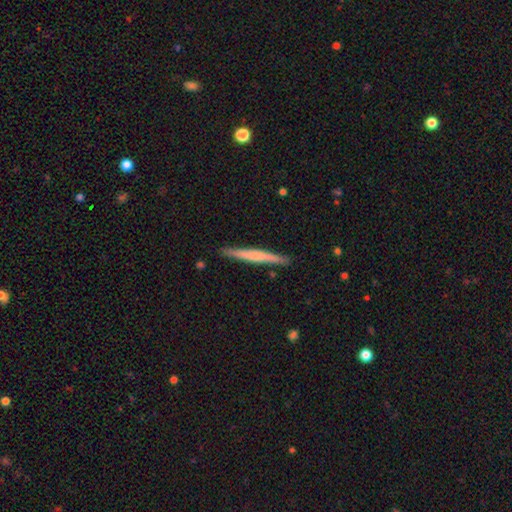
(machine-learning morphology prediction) Smooth or featured?
  - smooth: 51% *
  - featured or disk: 44%
  - star or artifact: 5%
How rounded?
  - cigar-shaped: 97% *
  - in between: 2%
  - round: 1%
Merging?
  - none: 90% *
  - minor disturbance: 7%
  - major disturbance: 1%
  - merger: 1%